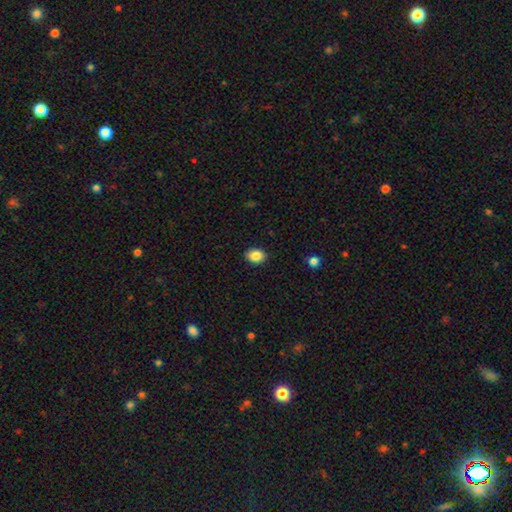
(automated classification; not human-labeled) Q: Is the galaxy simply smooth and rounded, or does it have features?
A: smooth — 87%.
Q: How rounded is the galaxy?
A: in between — 65%.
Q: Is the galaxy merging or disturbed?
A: none — 90%.